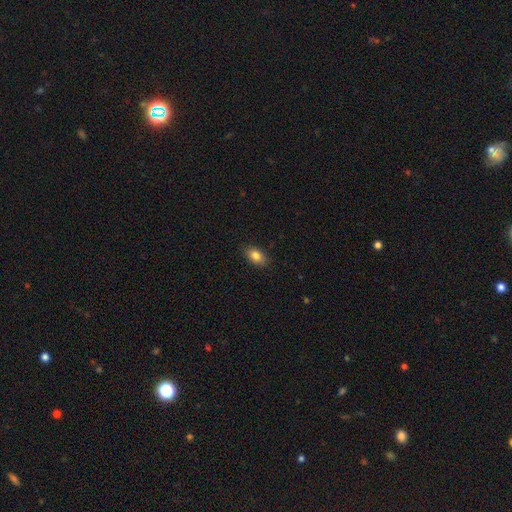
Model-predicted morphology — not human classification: smooth-or-featured: smooth: 83% | featured or disk: 8% | star or artifact: 8%
  how-rounded: in between: 89% | round: 9% | cigar-shaped: 3%
  merging: none: 88% | minor disturbance: 9% | major disturbance: 2% | merger: 1%